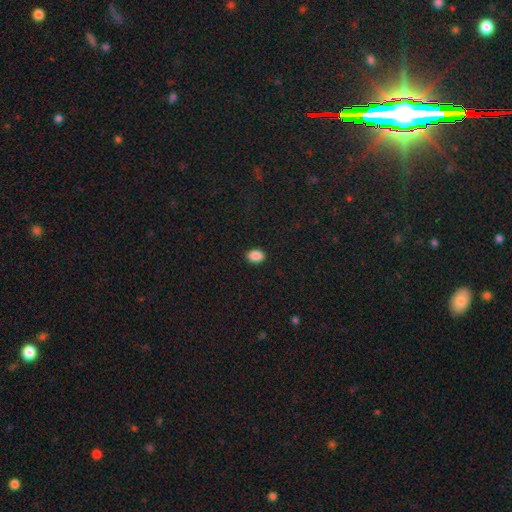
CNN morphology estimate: smooth 89%, star or artifact 8%, featured or disk 3%. Down the decision tree: how rounded — in between (78%); merging — none (90%).